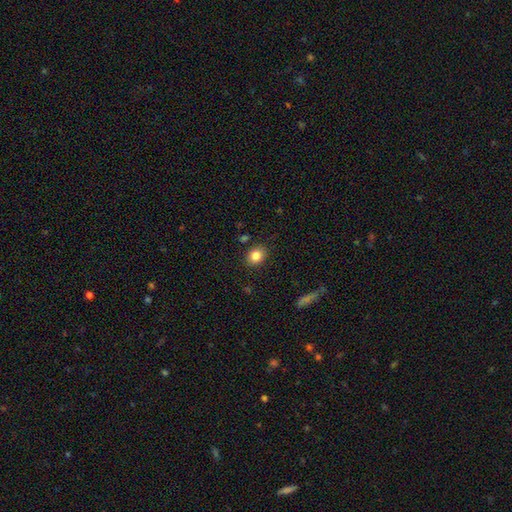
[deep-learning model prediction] smooth 83%, star or artifact 10%, featured or disk 7%. Down the decision tree: how rounded — round (53%); merging — none (86%).